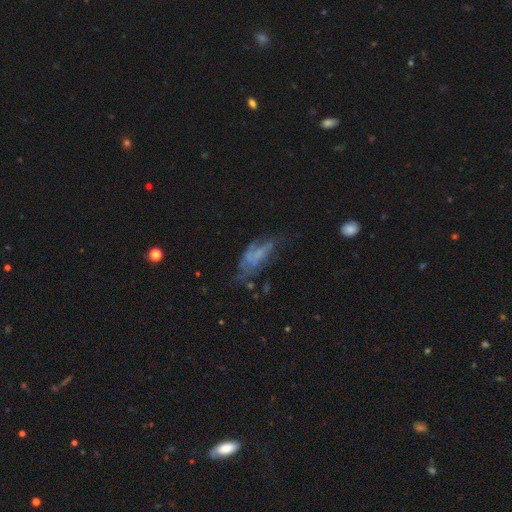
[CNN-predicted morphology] featured or disk 57%, smooth 29%, star or artifact 14%. Down the decision tree: edge-on disk — no (90%); bar — no (72%); spiral arms — no (57%); bulge size — none (63%); merging — none (36%).